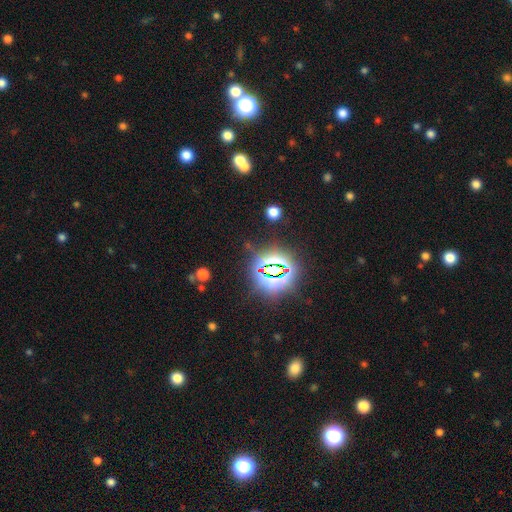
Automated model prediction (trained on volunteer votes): smooth-or-featured: star or artifact: 81% | smooth: 12% | featured or disk: 7%